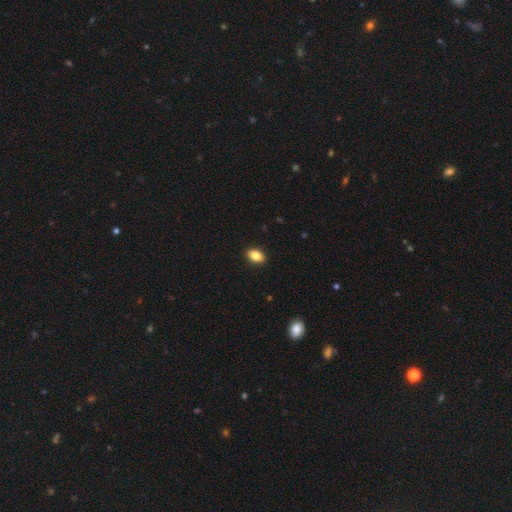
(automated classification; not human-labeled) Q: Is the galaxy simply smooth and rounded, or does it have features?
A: smooth — 84%.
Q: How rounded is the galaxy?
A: in between — 86%.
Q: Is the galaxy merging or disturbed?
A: none — 90%.